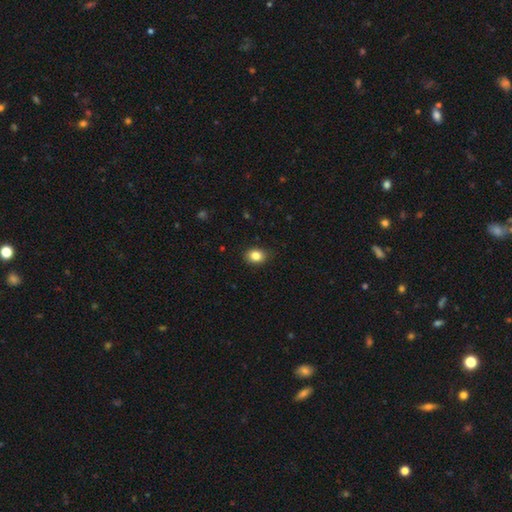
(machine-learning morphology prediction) A smooth galaxy with no disk features (84%) that is in between round and cigar-shaped (53%). Merging: none (85%).